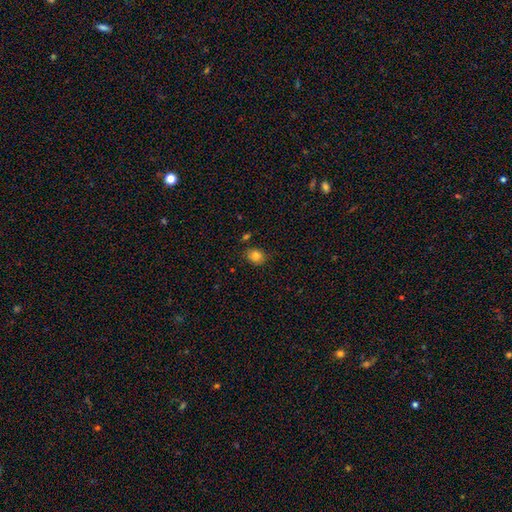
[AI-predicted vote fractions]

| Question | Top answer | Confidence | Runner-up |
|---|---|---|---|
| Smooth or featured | smooth | 83% | star or artifact (11%) |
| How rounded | round | 55% | in between (44%) |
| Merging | none | 78% | minor disturbance (15%) |